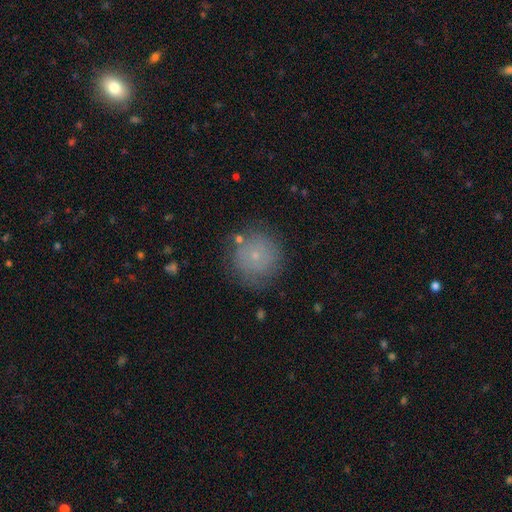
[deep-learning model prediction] A smooth galaxy with no disk features (65%) that is round (94%).

Vote fractions:
- Smooth or featured? smooth: 65% / featured or disk: 23% / star or artifact: 12%
- How rounded? round: 94% / in between: 5% / cigar-shaped: 1%
- Merging? none: 76% / minor disturbance: 15% / major disturbance: 6% / merger: 3%